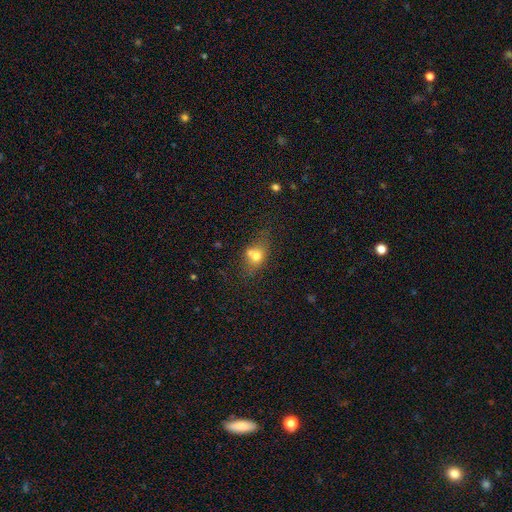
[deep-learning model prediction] A smooth galaxy with no disk features (67%) that is in between round and cigar-shaped (54%).

Vote fractions:
- Smooth or featured? smooth: 67% / featured or disk: 21% / star or artifact: 12%
- How rounded? in between: 54% / round: 44% / cigar-shaped: 3%
- Merging? merger: 40% / none: 39% / minor disturbance: 14% / major disturbance: 6%